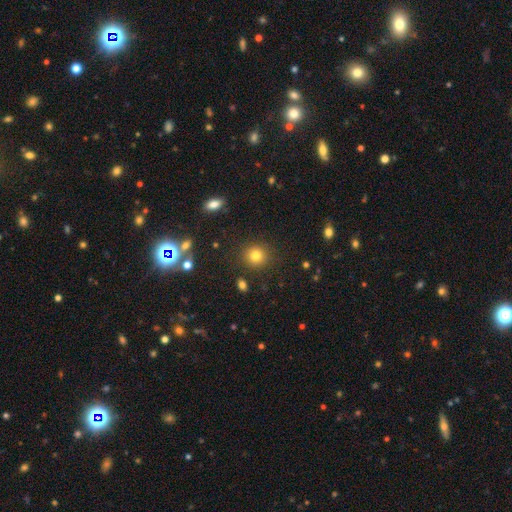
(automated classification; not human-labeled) smooth_or_featured: smooth (p=0.79) [alt: star or artifact p=0.14]
how_rounded: round (p=0.89) [alt: in between p=0.10]
merging: none (p=0.88) [alt: minor disturbance p=0.07]